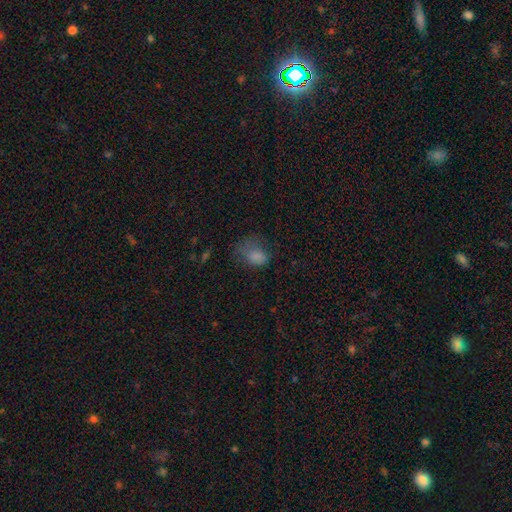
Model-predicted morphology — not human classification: Smooth or featured? smooth (77%)
How rounded? in between (70%)
Merging? major disturbance (36%)